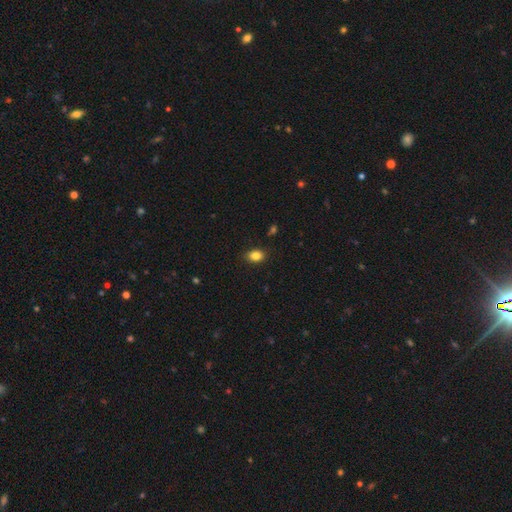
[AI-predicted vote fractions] This appears to be a smooth galaxy with no disk features (85%) that is in between round and cigar-shaped (71%). Merging: none (87%).